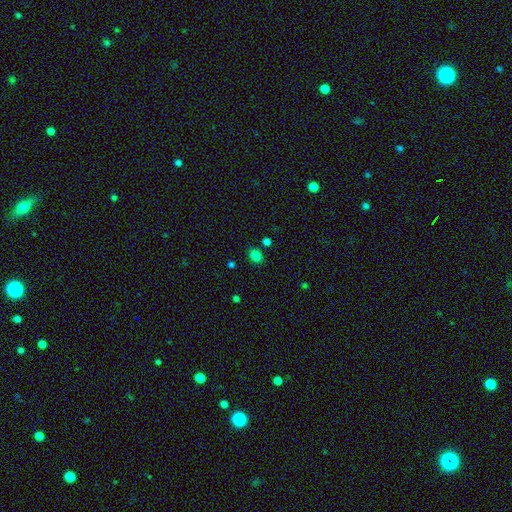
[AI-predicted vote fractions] A smooth galaxy with no disk features (81%) that is in between round and cigar-shaped (54%). Merging: none (81%).